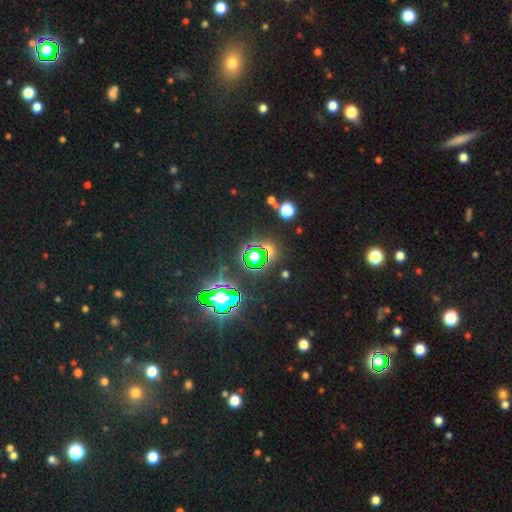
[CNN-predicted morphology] star or artifact 70%, smooth 19%, featured or disk 11%.